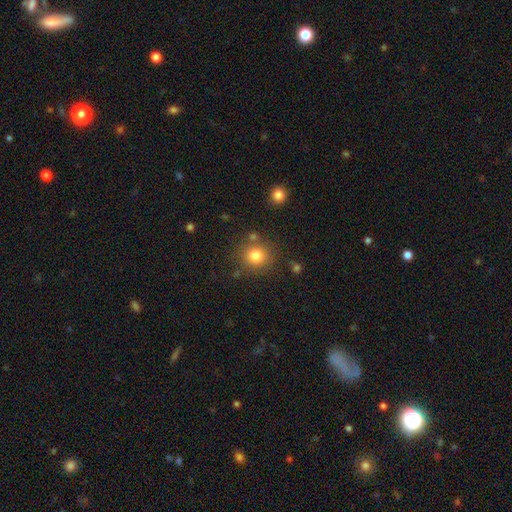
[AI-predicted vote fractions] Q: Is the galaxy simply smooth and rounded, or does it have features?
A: smooth — 81%.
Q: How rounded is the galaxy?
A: round — 91%.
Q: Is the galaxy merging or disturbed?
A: none — 81%.